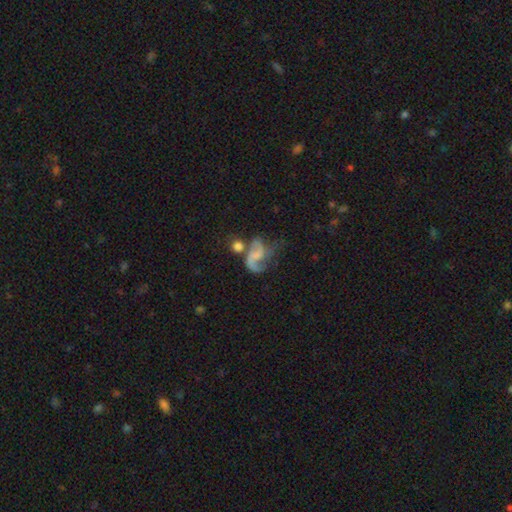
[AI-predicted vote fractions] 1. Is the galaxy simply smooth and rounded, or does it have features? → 70% featured or disk, 21% smooth, 9% star or artifact.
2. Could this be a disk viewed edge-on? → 98% no, 2% yes.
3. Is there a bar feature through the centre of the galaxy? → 53% no, 36% weak, 10% strong.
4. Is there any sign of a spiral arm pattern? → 86% yes, 14% no.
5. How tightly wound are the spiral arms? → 62% loose, 31% medium, 7% tight.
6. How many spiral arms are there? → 69% 2, 21% 1, 6% can't tell, 2% 3, 1% 4, 1% more than 4.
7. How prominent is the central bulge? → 51% none, 28% small, 15% moderate, 4% large, 2% dominant.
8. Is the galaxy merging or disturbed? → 31% major disturbance, 26% none, 25% merger, 17% minor disturbance.